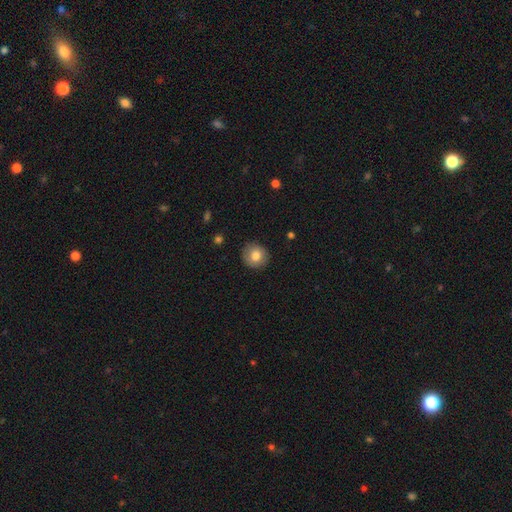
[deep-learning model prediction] The model was most divided on "smooth or featured": smooth: 80%, featured or disk: 12%, star or artifact: 8%. More confident: how rounded — round (89%); merging — none (88%).